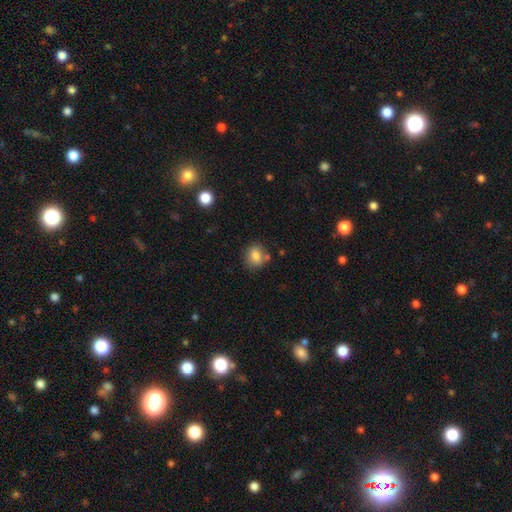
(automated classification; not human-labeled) The model was most divided on "how rounded": round: 71%, in between: 28%, cigar-shaped: 1%. More confident: smooth or featured — smooth (81%); merging — none (71%).